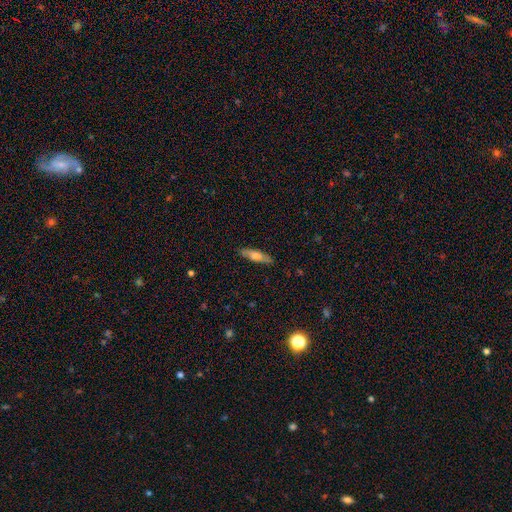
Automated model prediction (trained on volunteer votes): The model was most divided on "smooth or featured": smooth: 61%, featured or disk: 33%, star or artifact: 6%. More confident: merging — none (86%); how rounded — cigar-shaped (69%).